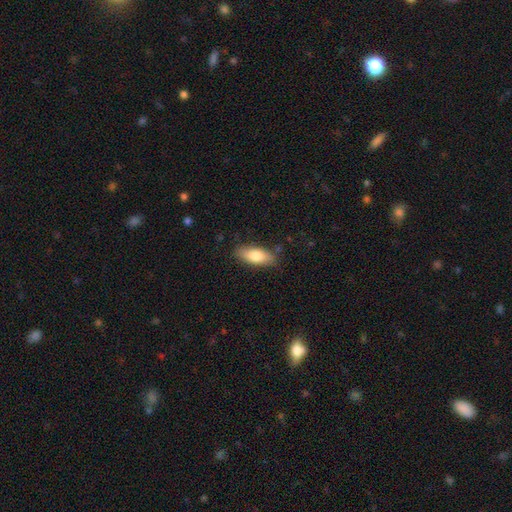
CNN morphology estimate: Smooth or featured? smooth (79%)
How rounded? in between (77%)
Merging? none (84%)